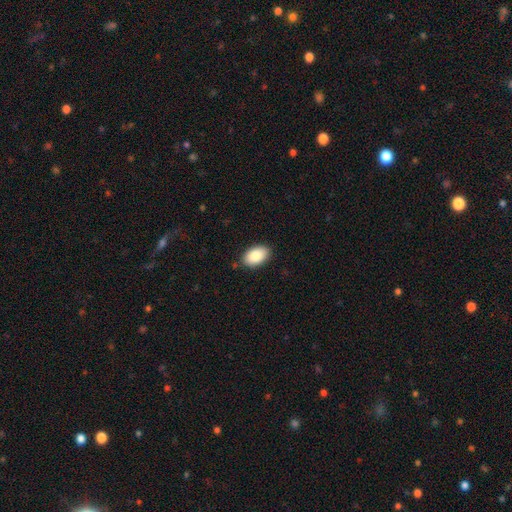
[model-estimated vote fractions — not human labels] This is clearly a smooth galaxy (86%). How rounded: clearly in between (93%). Merging: clearly none (86%).